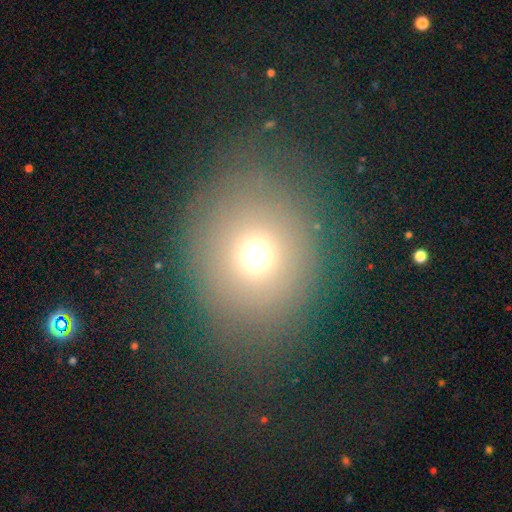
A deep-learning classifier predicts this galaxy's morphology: type=smooth (67%); roundness=round (89%); merging=none (81%).